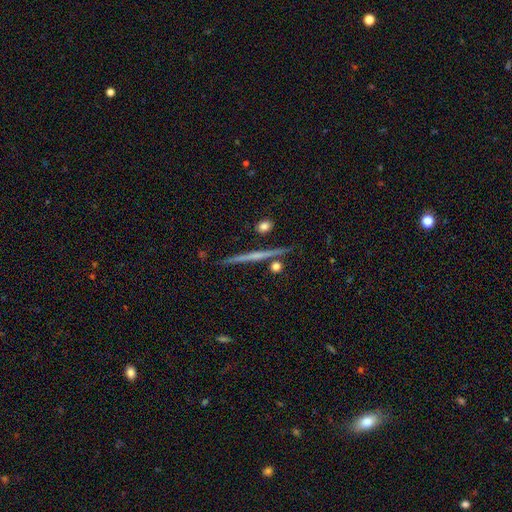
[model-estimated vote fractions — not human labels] Smooth or featured? Predicted: featured or disk (p=0.64). Edge-on disk? Predicted: yes (p=0.98). Edge-on bulge? Predicted: none (p=0.78). Merging? Predicted: none (p=0.89).